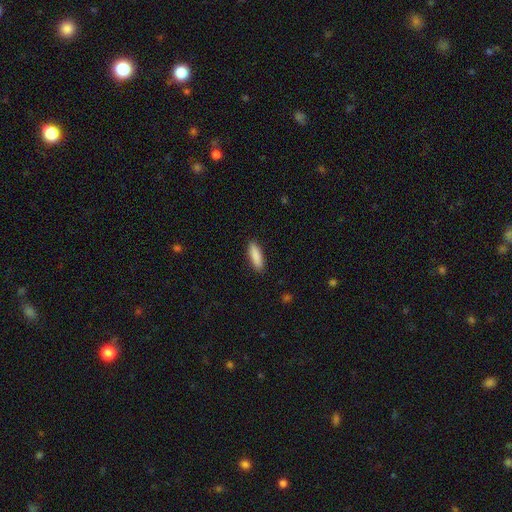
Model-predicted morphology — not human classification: This appears to be a smooth galaxy with no disk features (89%) that is cigar-shaped (51%). Merging: none (90%).